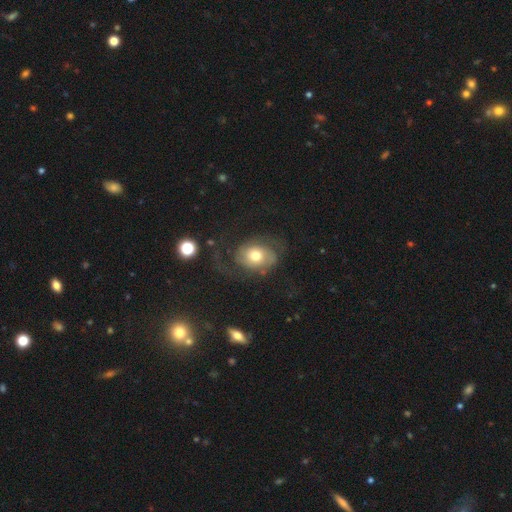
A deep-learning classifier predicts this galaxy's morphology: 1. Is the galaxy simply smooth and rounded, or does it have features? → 57% featured or disk, 34% smooth, 9% star or artifact.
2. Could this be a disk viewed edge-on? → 96% no, 4% yes.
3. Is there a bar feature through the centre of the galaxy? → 79% no, 17% weak, 4% strong.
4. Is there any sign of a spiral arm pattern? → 80% yes, 20% no.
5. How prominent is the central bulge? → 67% moderate, 17% small, 12% large, 2% dominant, 1% none.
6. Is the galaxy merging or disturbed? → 51% none, 28% major disturbance, 18% minor disturbance, 3% merger.